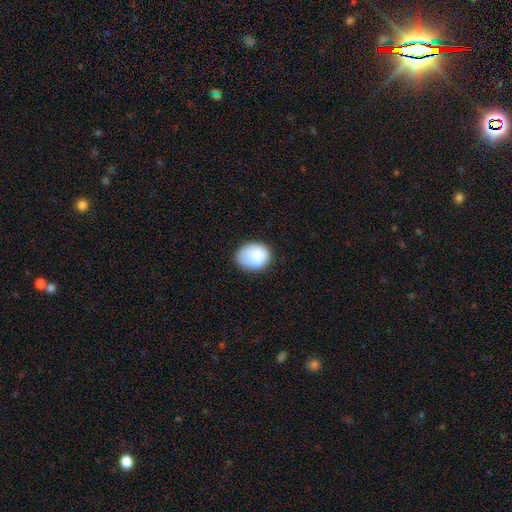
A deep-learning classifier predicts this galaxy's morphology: A smooth galaxy with no disk features (85%) that is round (50%). Merging: none (70%).